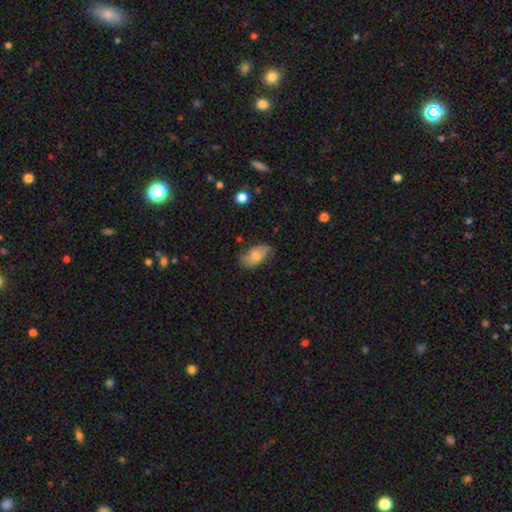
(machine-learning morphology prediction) The model was most divided on "smooth or featured": smooth: 66%, featured or disk: 27%, star or artifact: 8%. More confident: how rounded — in between (92%); merging — none (68%).